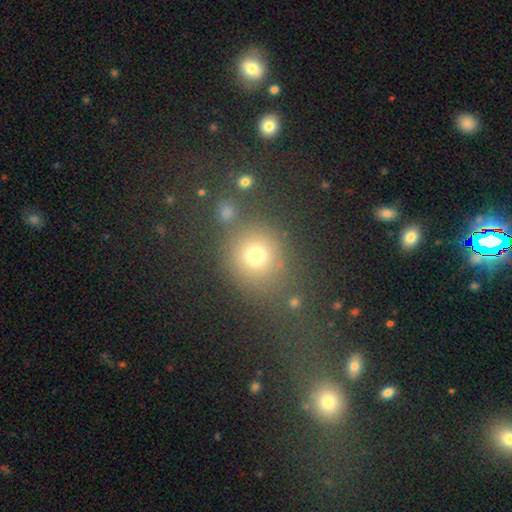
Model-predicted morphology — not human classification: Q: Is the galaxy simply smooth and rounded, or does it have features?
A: smooth — 72%.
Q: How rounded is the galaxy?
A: round — 83%.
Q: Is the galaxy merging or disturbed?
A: none — 71%.